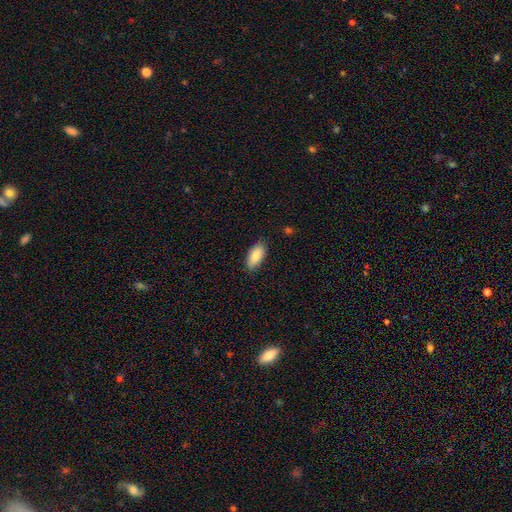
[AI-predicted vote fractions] This is clearly a smooth galaxy (88%). How rounded: clearly in between (89%). Merging: clearly none (86%).